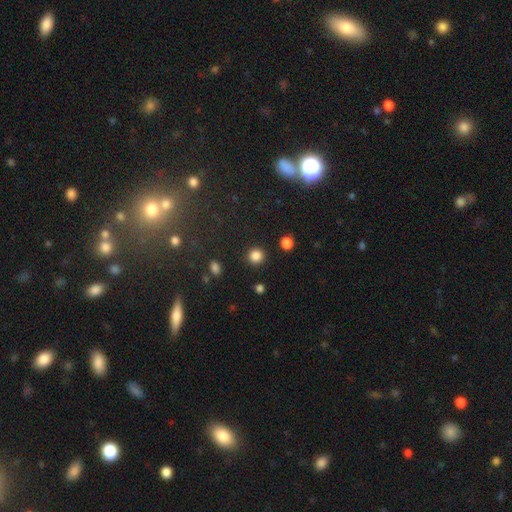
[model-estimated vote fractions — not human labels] The model was most divided on "smooth or featured": smooth: 84%, star or artifact: 12%, featured or disk: 4%. More confident: how rounded — round (92%); merging — none (91%).